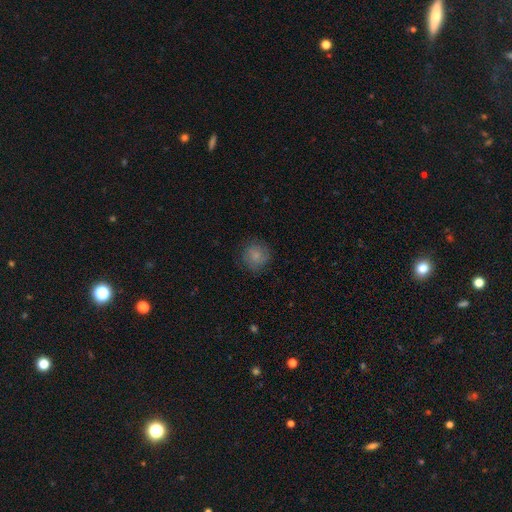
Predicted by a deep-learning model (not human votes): Morphology: type=smooth (81%); roundness=round (93%); merging=none (82%).